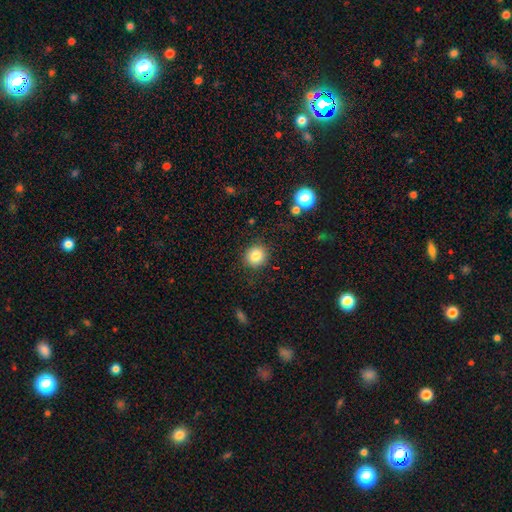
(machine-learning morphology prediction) This is clearly a smooth galaxy (84%). How rounded: clearly round (85%). Merging: clearly none (88%).